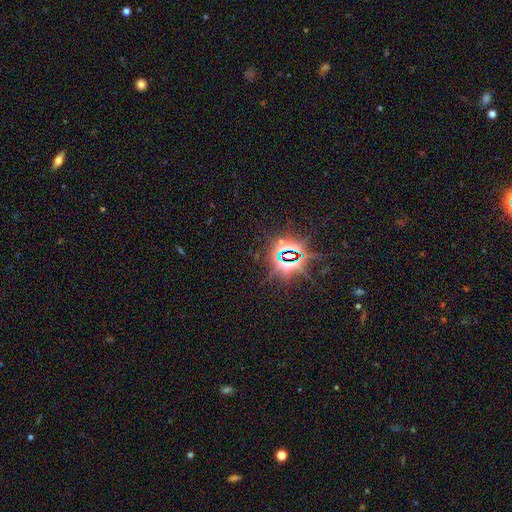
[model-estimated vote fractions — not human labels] Smooth or featured: star or artifact — 85% (featured or disk — 7%)